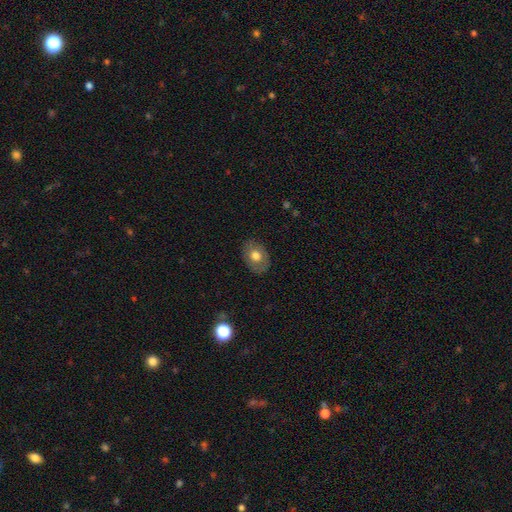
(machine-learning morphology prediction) A smooth galaxy with no disk features (66%) that is in between round and cigar-shaped (70%).

Vote fractions:
- Smooth or featured? smooth: 66% / featured or disk: 26% / star or artifact: 8%
- How rounded? in between: 70% / round: 29% / cigar-shaped: 1%
- Merging? none: 83% / minor disturbance: 12% / major disturbance: 4% / merger: 1%